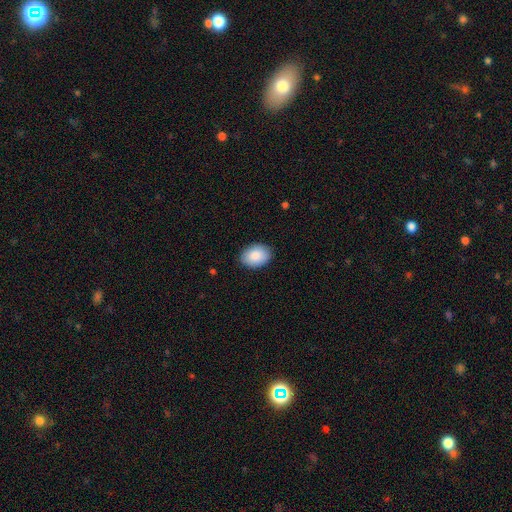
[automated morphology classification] Smooth or featured? smooth (87%)
How rounded? in between (76%)
Merging? none (87%)